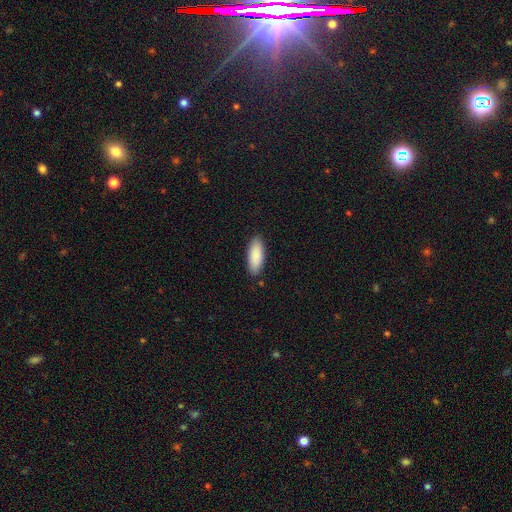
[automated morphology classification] Overall: smooth (89%). How rounded: in between (76%). Merging: none (88%).